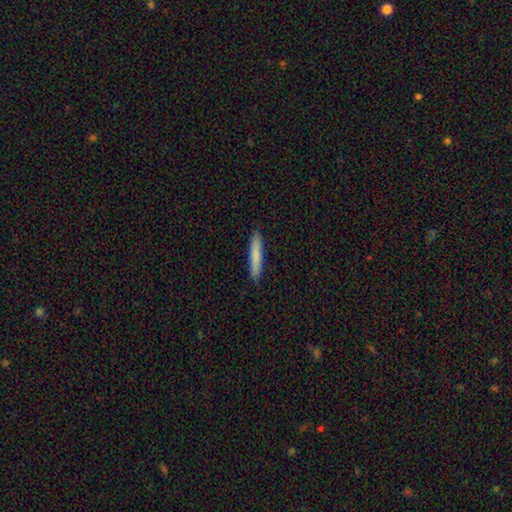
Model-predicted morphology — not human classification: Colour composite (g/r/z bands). It shows a smooth galaxy with no disk features (80%) that is cigar-shaped (93%). Merging: none (90%).